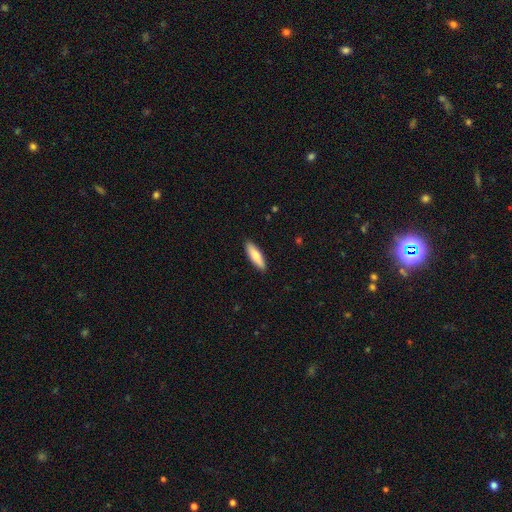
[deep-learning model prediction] This is clearly a smooth galaxy (81%). How rounded: possibly cigar-shaped (55%). Merging: clearly none (90%).